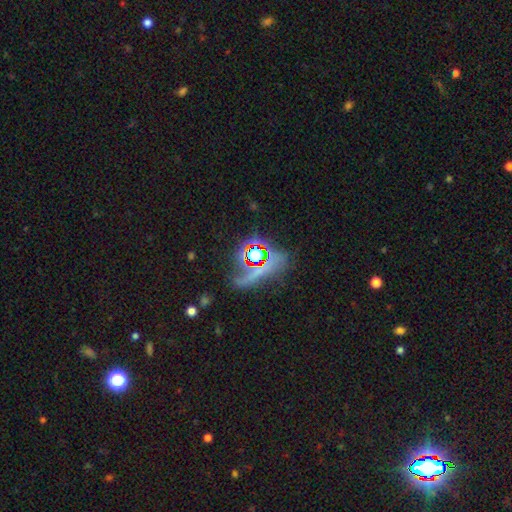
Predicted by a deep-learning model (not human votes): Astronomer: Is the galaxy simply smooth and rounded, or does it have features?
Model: star or artifact — 54%.